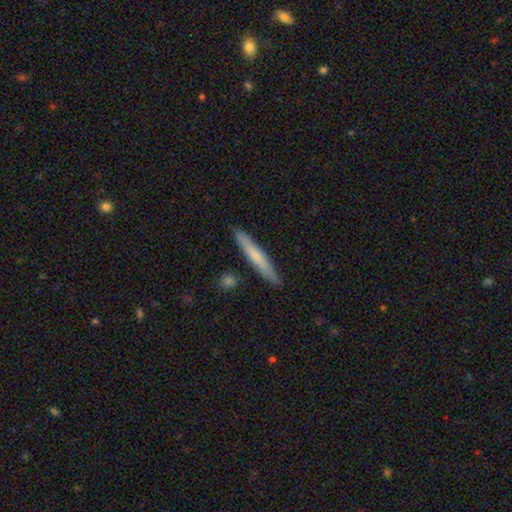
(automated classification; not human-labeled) smooth_or_featured: smooth (p=0.62) [alt: featured or disk p=0.33]
how_rounded: cigar-shaped (p=0.95) [alt: in between p=0.03]
merging: none (p=0.89) [alt: minor disturbance p=0.07]